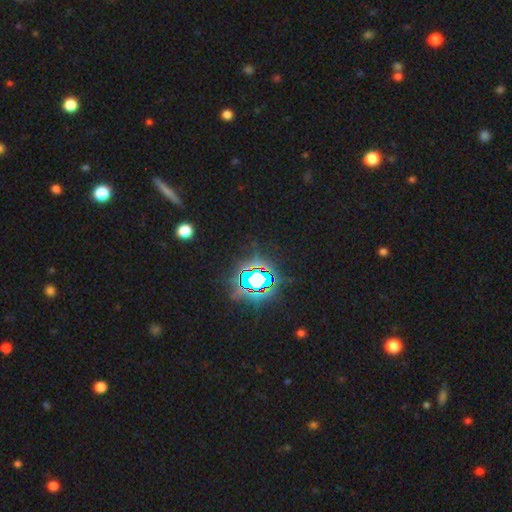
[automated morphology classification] The model was most divided on "smooth or featured": star or artifact: 79%, smooth: 11%, featured or disk: 9%.